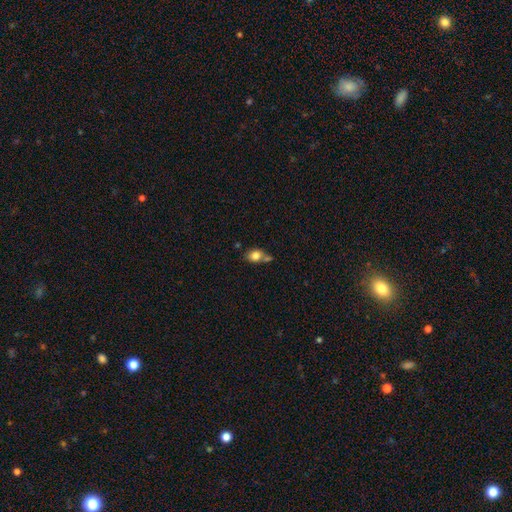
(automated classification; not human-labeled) Overall: smooth (81%). How rounded: in between (63%; round 36%). Merging: none (48%; merger 29%).